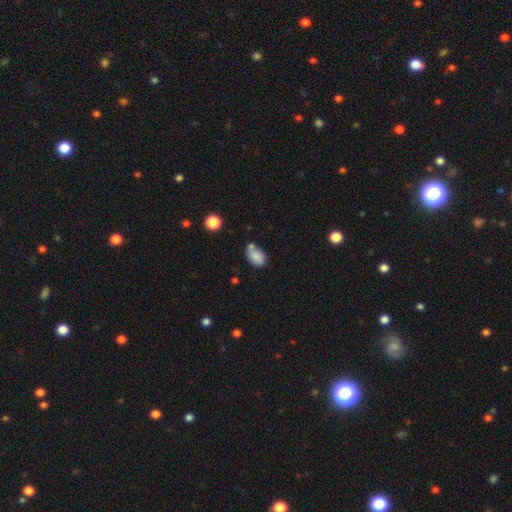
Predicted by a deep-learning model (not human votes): Smooth or featured: smooth — 82% (star or artifact — 9%)
How rounded: in between — 86% (round — 13%)
Merging: none — 48% (merger — 24%)